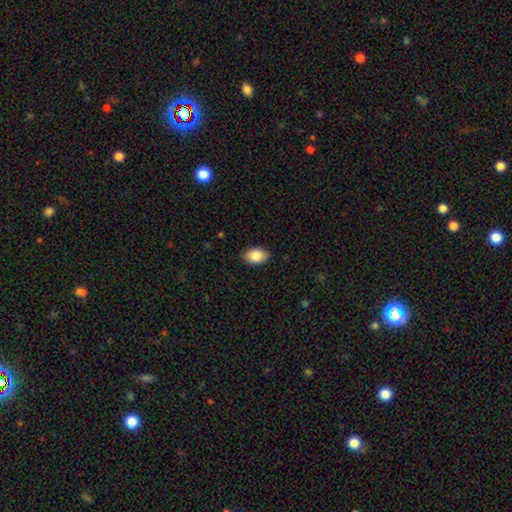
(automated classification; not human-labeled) Smooth or featured? Predicted: smooth (p=0.85). How rounded? Predicted: in between (p=0.89). Merging? Predicted: none (p=0.89).